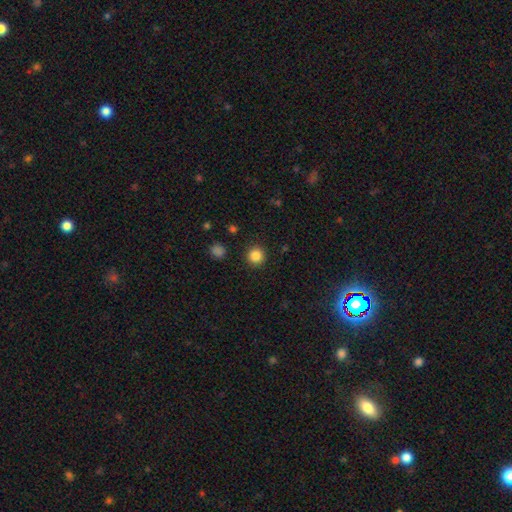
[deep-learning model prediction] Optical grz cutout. It shows a smooth galaxy with no disk features (85%) that is round (94%). Merging: none (92%).